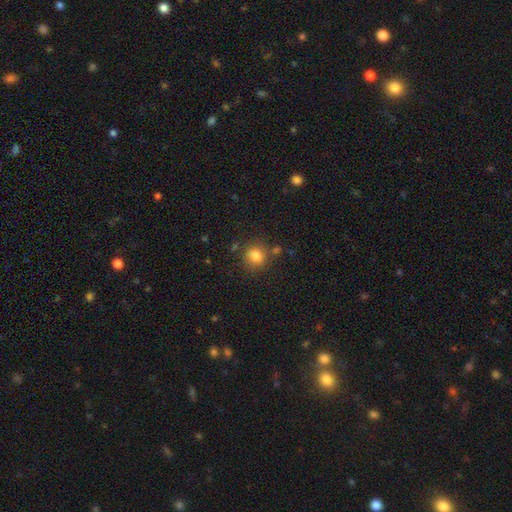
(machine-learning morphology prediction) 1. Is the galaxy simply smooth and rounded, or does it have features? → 81% smooth, 12% star or artifact, 7% featured or disk.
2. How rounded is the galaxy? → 77% round, 22% in between, 1% cigar-shaped.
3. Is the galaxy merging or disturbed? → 77% none, 12% minor disturbance, 7% merger, 4% major disturbance.